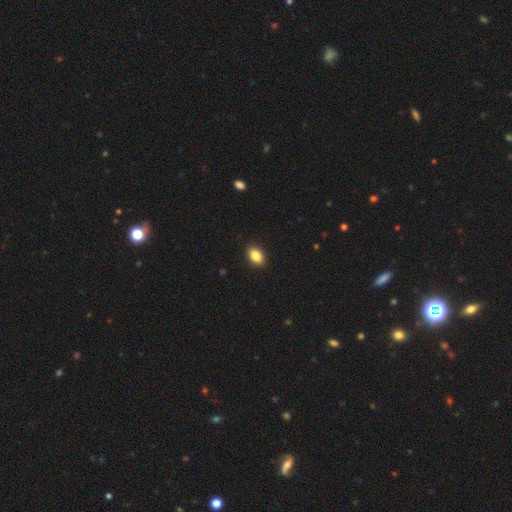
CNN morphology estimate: Overall: smooth (88%). How rounded: in between (87%). Merging: none (91%).